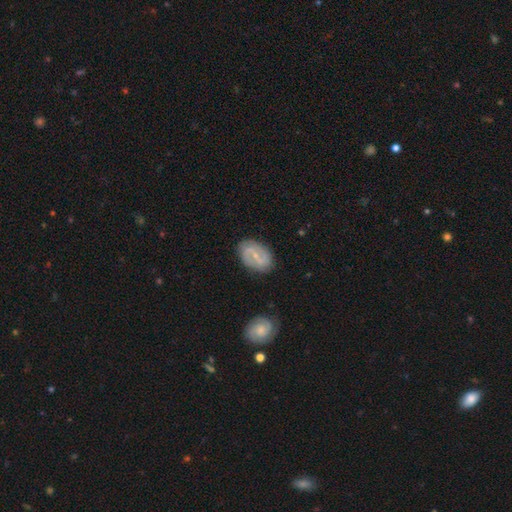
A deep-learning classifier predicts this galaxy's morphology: Smooth or featured? Predicted: featured or disk (p=0.73). Edge-on disk? Predicted: no (p=0.97). Bar? Predicted: weak (p=0.53). Spiral arms? Predicted: yes (p=0.87). Spiral winding? Predicted: medium (p=0.45). Spiral arm count? Predicted: 2 (p=0.85). Bulge size? Predicted: small (p=0.70). Merging? Predicted: none (p=0.83).